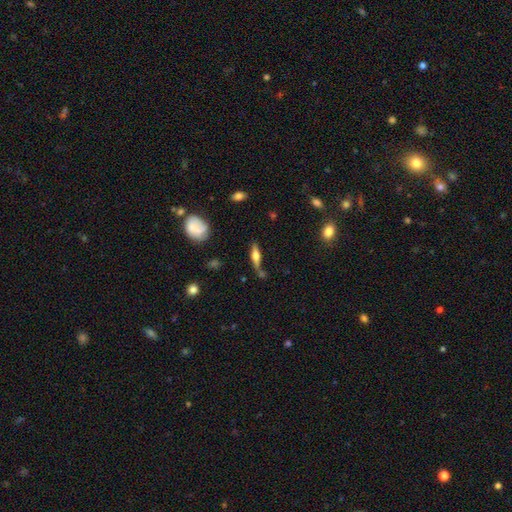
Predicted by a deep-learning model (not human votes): Smooth or featured?
  - featured or disk: 53% *
  - smooth: 39%
  - star or artifact: 8%
Edge-on disk?
  - yes: 91% *
  - no: 9%
Merging?
  - none: 66% *
  - minor disturbance: 18%
  - merger: 9%
  - major disturbance: 6%